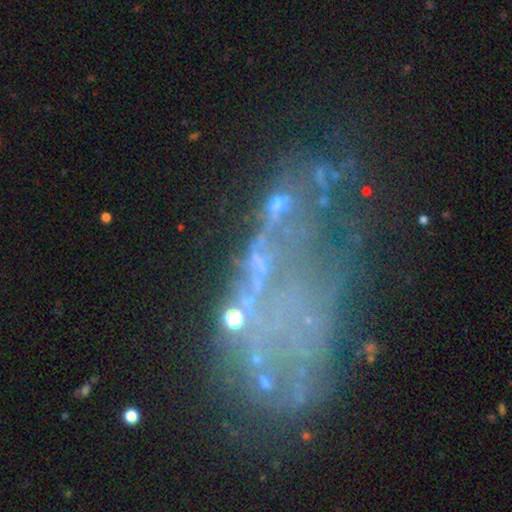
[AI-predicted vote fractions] featured or disk 43%, star or artifact 39%, smooth 18%. Down the decision tree: merging — none (36%).